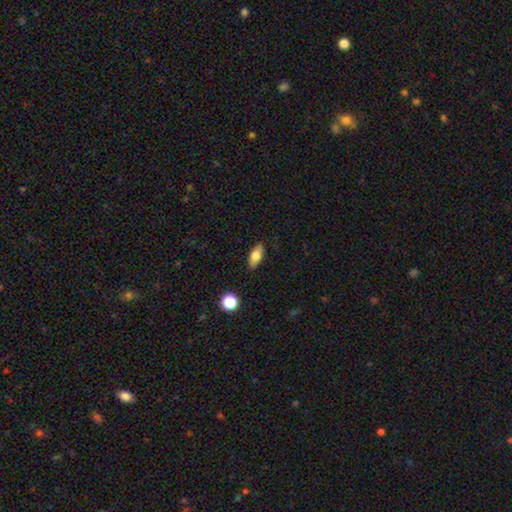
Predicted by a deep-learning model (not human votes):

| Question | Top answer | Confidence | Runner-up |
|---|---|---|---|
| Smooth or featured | smooth | 80% | featured or disk (12%) |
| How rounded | in between | 84% | cigar-shaped (12%) |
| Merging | none | 87% | minor disturbance (10%) |